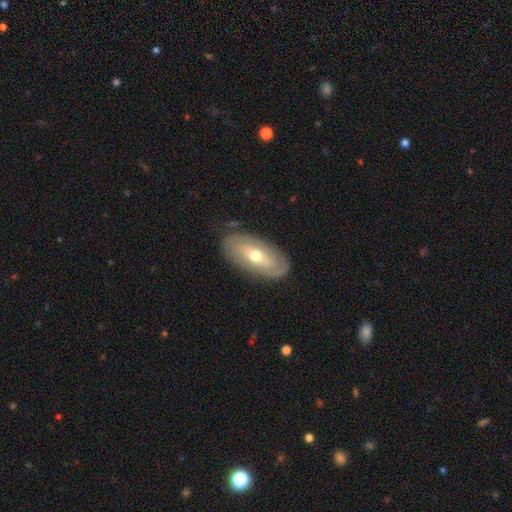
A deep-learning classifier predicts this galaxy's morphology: This appears to be a featured or disk galaxy (64%) with no bar (56%), spiral arms (67%) and a moderate central bulge (68%). Merging: none (81%).